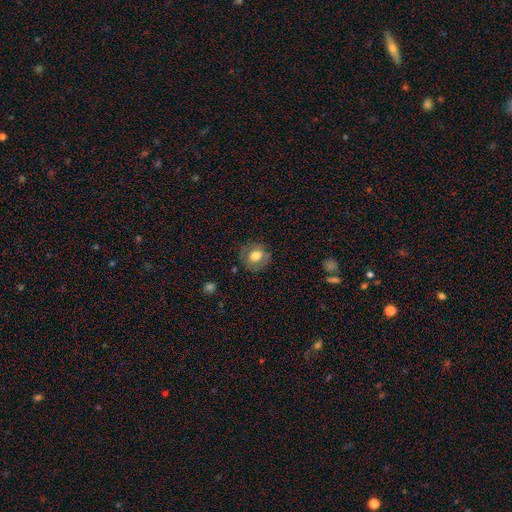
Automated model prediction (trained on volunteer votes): A smooth galaxy with no disk features (66%) that is round (79%). Merging: none (80%).